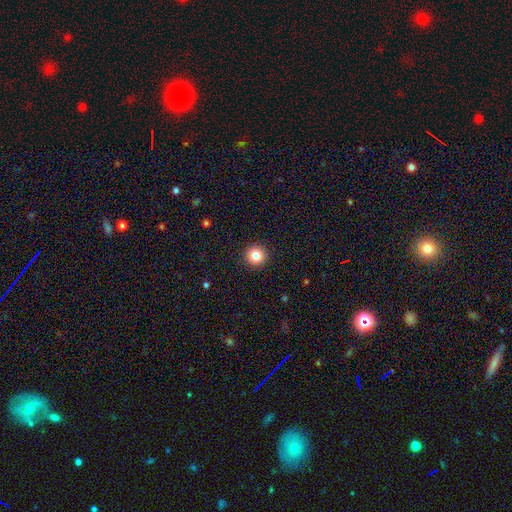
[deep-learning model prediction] This is clearly a smooth galaxy (83%). How rounded: clearly round (95%). Merging: clearly none (93%).